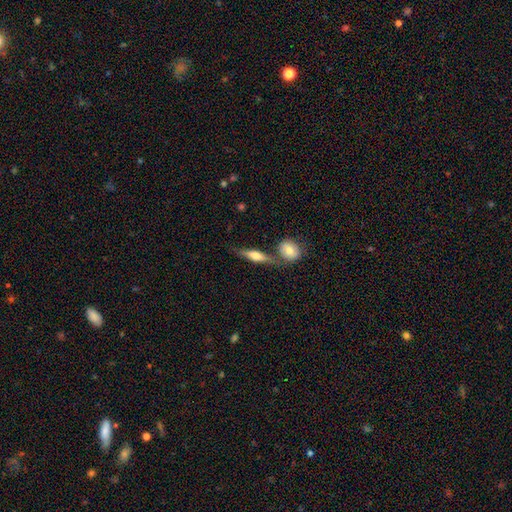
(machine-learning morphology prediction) This is possibly a featured or disk galaxy (55%). It is clearly viewed edge-on (92%). Edge-on bulge: clearly rounded (85%). Merging: likely none (67%).